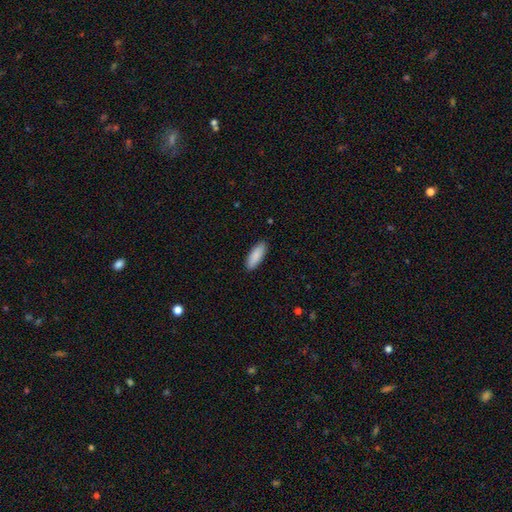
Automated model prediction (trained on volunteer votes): Smooth or featured?
  - smooth: 89% *
  - star or artifact: 6%
  - featured or disk: 5%
How rounded?
  - in between: 71% *
  - cigar-shaped: 28%
  - round: 2%
Merging?
  - none: 90% *
  - minor disturbance: 8%
  - major disturbance: 2%
  - merger: 1%